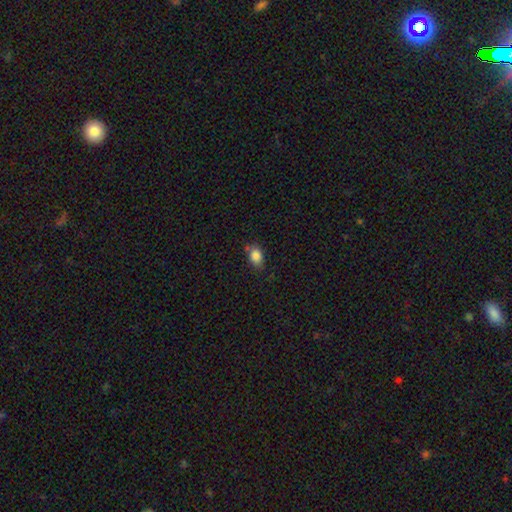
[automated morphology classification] smooth 86%, star or artifact 9%, featured or disk 5%. Down the decision tree: how rounded — in between (75%); merging — none (68%).